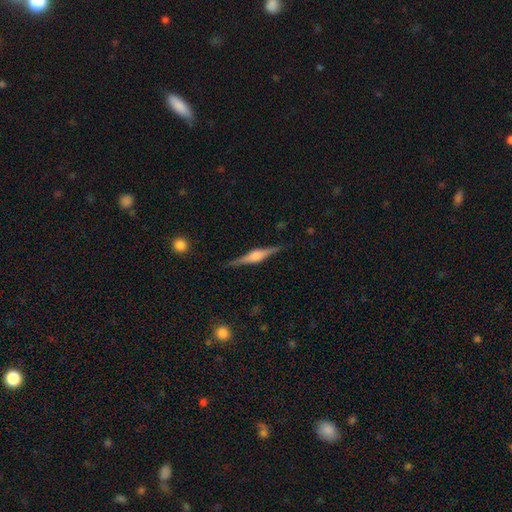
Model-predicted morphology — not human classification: Q: Smooth or featured?
A: featured or disk (77%); runner-up: smooth (17%)
Q: Edge-on disk?
A: yes (98%); runner-up: no (2%)
Q: Edge-on bulge?
A: rounded (78%); runner-up: boxy (19%)
Q: Merging?
A: none (88%); runner-up: minor disturbance (9%)